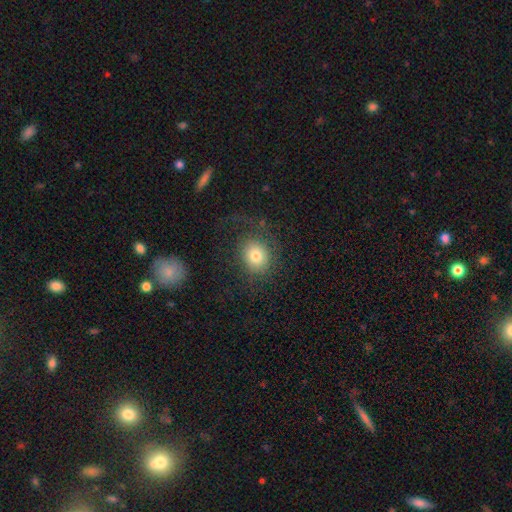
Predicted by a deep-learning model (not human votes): Smooth or featured?
  - smooth: 74% *
  - featured or disk: 14%
  - star or artifact: 11%
How rounded?
  - round: 73% *
  - in between: 26%
  - cigar-shaped: 1%
Merging?
  - none: 71% *
  - major disturbance: 15%
  - minor disturbance: 13%
  - merger: 2%